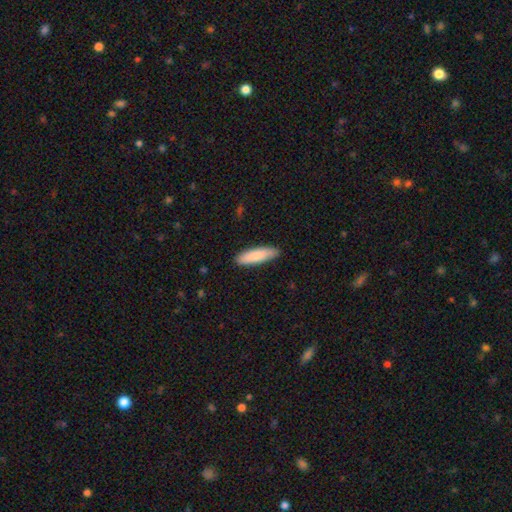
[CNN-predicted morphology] Q: Smooth or featured?
A: smooth (84%); runner-up: featured or disk (10%)
Q: How rounded?
A: cigar-shaped (63%); runner-up: in between (36%)
Q: Merging?
A: none (89%); runner-up: minor disturbance (9%)